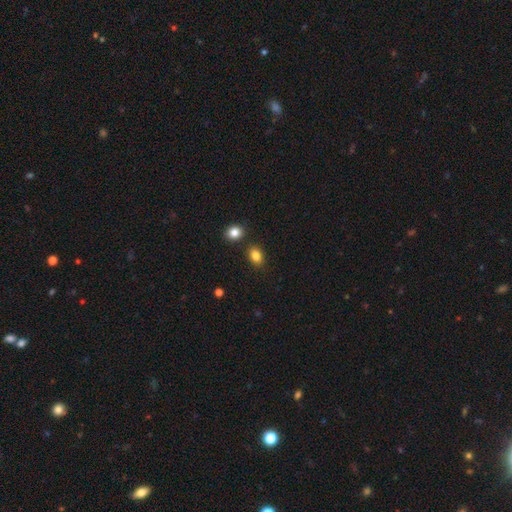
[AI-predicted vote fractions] smooth_or_featured: smooth (p=0.86) [alt: star or artifact p=0.09]
how_rounded: in between (p=0.75) [alt: round p=0.24]
merging: none (p=0.81) [alt: minor disturbance p=0.10]